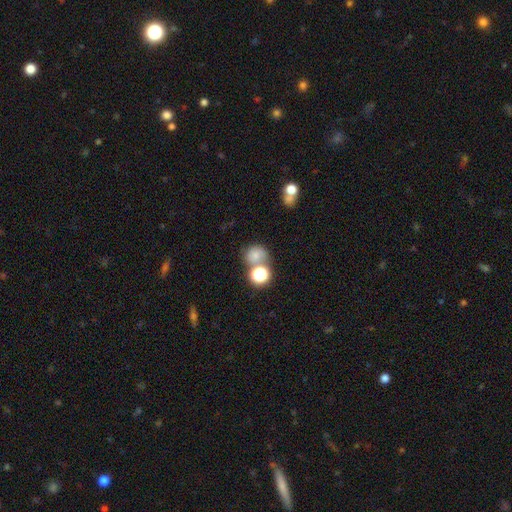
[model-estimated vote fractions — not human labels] This appears to be a smooth galaxy with no disk features (70%) that is round (77%). Merging: none (51%).